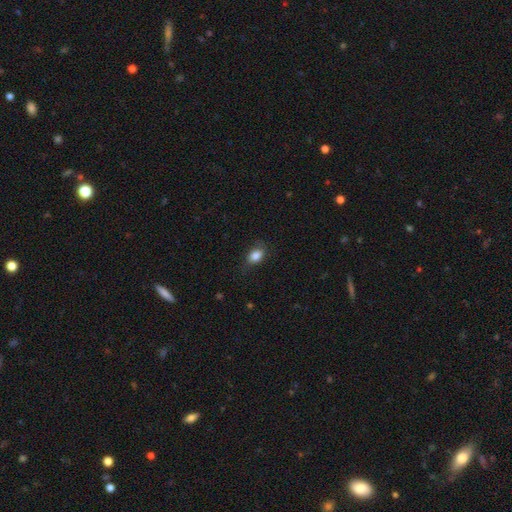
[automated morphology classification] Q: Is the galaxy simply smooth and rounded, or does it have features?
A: smooth — 85%.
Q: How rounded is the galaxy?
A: in between — 76%.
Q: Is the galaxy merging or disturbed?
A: none — 75%.